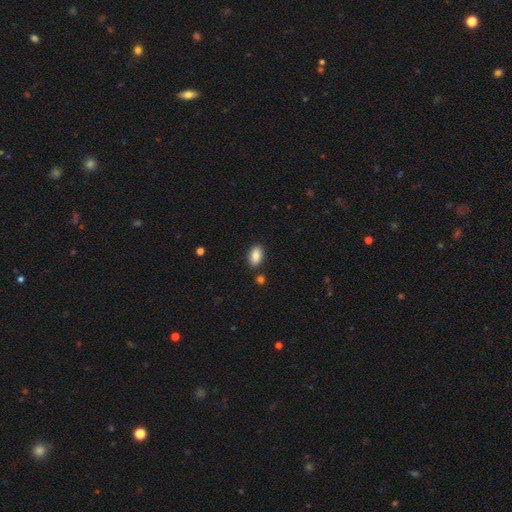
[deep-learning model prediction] This appears to be a smooth galaxy with no disk features (88%) that is in between round and cigar-shaped (93%). Merging: none (86%).